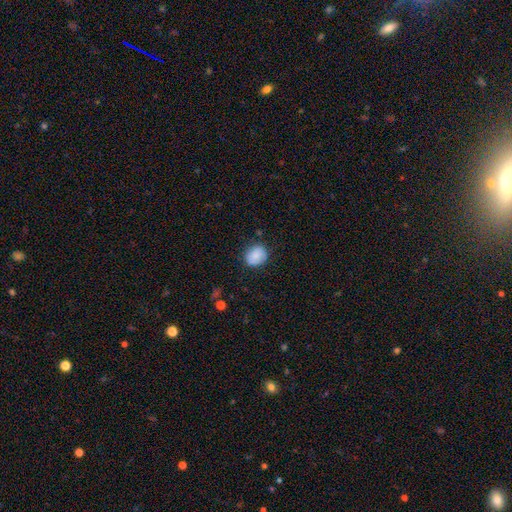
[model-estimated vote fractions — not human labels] Overall: smooth (83%). How rounded: round (56%; in between 43%). Merging: none (77%).